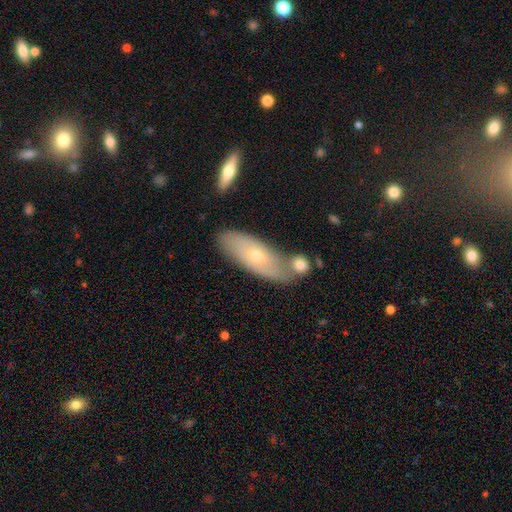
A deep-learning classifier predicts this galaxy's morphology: This is possibly a smooth galaxy (47%). Merging: possibly none (56%).